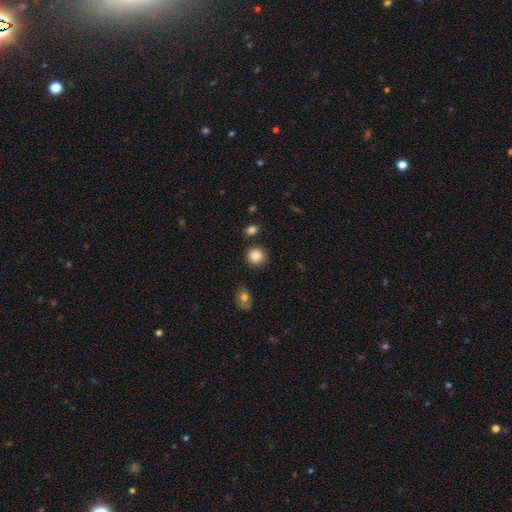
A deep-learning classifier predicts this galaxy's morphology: A smooth galaxy with no disk features (87%) that is round (90%). Merging: none (85%).